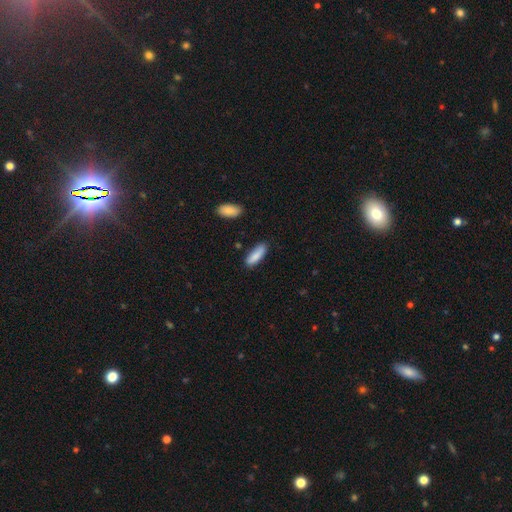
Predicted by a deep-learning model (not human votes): Smooth or featured: smooth — 88% (featured or disk — 6%)
How rounded: in between — 57% (cigar-shaped — 41%)
Merging: none — 82% (minor disturbance — 13%)